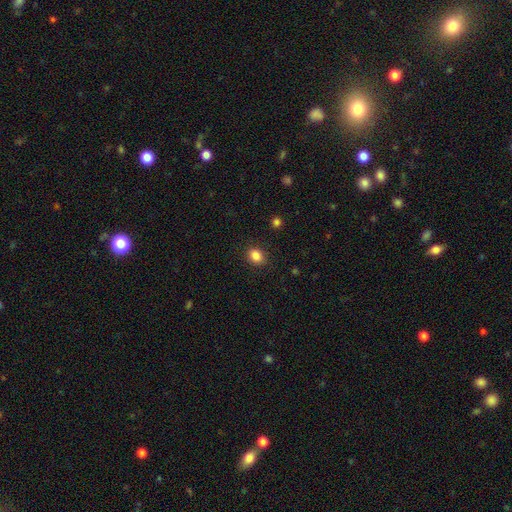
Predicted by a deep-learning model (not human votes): Morphology: type=smooth (85%); roundness=in between (53%); merging=none (89%).